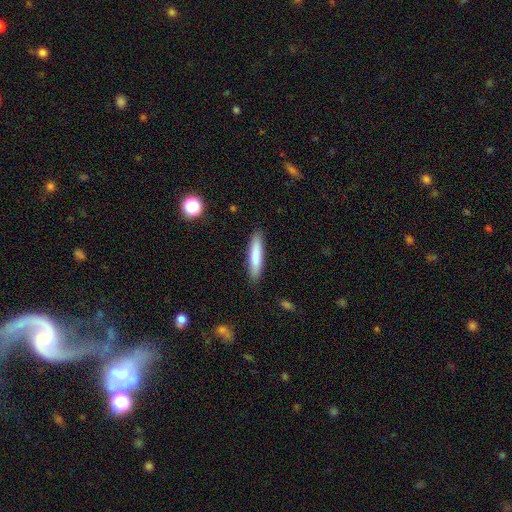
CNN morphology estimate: type=smooth (82%); roundness=cigar-shaped (85%); merging=none (89%).